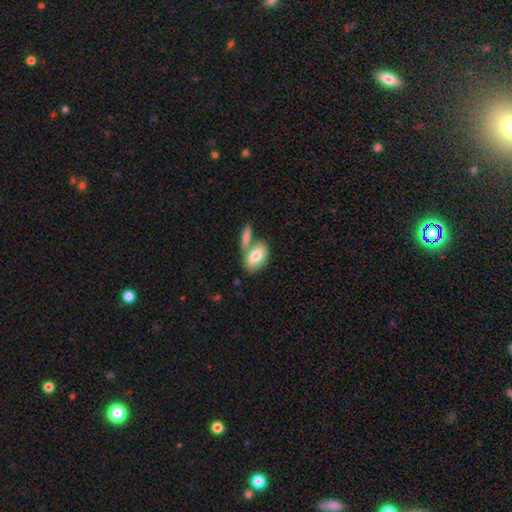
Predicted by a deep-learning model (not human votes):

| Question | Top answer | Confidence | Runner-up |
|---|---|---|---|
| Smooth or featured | smooth | 72% | featured or disk (22%) |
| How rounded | in between | 87% | round (7%) |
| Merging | none | 45% | merger (38%) |